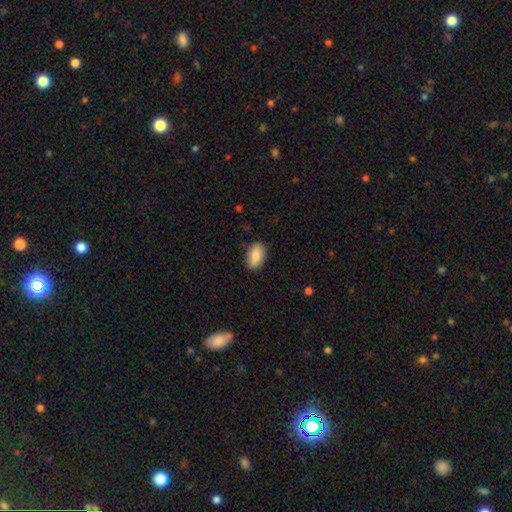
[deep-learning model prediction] This is clearly a smooth galaxy (82%). How rounded: clearly in between (91%). Merging: clearly none (85%).